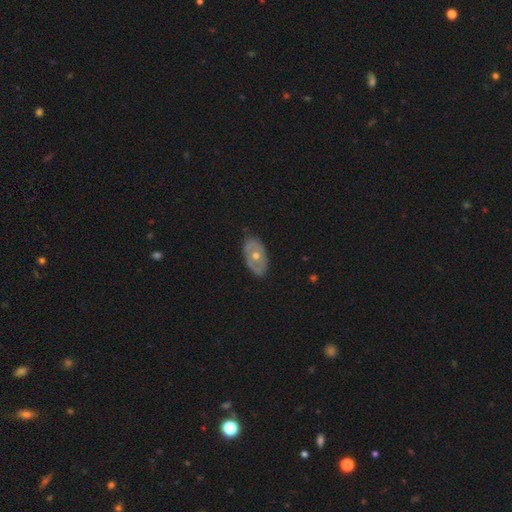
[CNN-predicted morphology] Smooth or featured? Predicted: featured or disk (p=0.58). Edge-on disk? Predicted: no (p=0.90). Bar? Predicted: no (p=0.90). Spiral arms? Predicted: no (p=0.82). Bulge size? Predicted: moderate (p=0.70). Merging? Predicted: none (p=0.82).